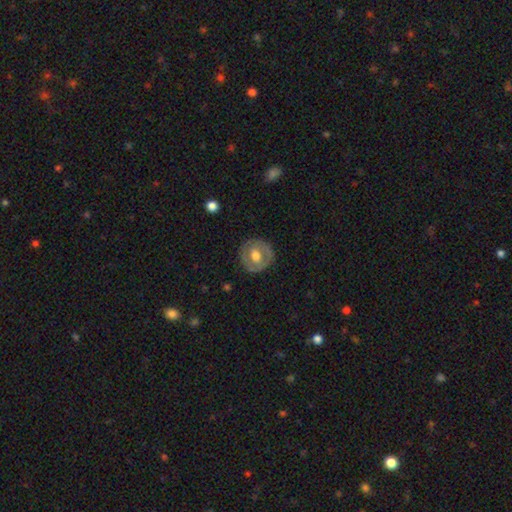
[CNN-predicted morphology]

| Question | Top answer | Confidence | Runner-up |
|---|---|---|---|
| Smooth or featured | featured or disk | 52% | smooth (42%) |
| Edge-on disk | no | 96% | yes (4%) |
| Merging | none | 83% | minor disturbance (12%) |